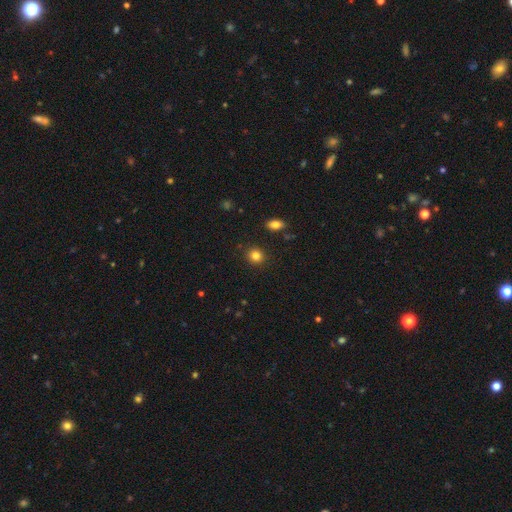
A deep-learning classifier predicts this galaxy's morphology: smooth_or_featured: smooth (p=0.83) [alt: star or artifact p=0.11]
how_rounded: round (p=0.82) [alt: in between p=0.17]
merging: none (p=0.89) [alt: minor disturbance p=0.07]